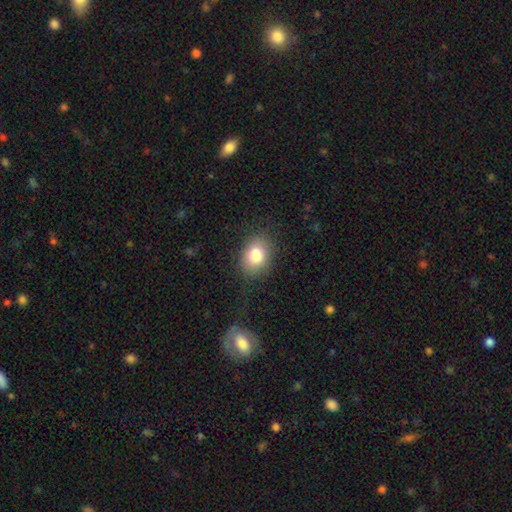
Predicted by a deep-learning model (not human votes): This appears to be a smooth galaxy with no disk features (81%) that is in between round and cigar-shaped (67%). Merging: none (81%).